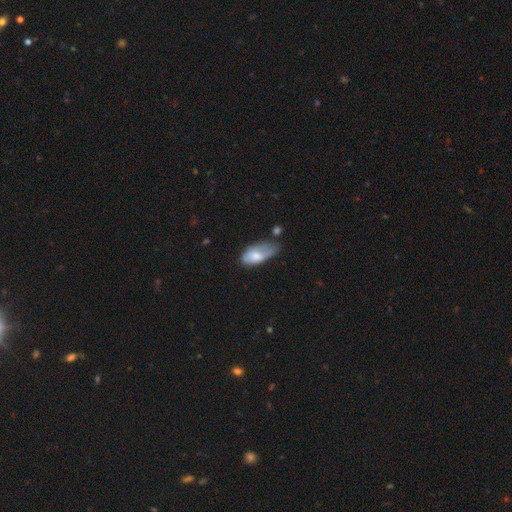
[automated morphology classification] smooth_or_featured: smooth (p=0.70) [alt: featured or disk p=0.23]
how_rounded: in between (p=0.91) [alt: cigar-shaped p=0.07]
merging: minor disturbance (p=0.43) [alt: none p=0.30]